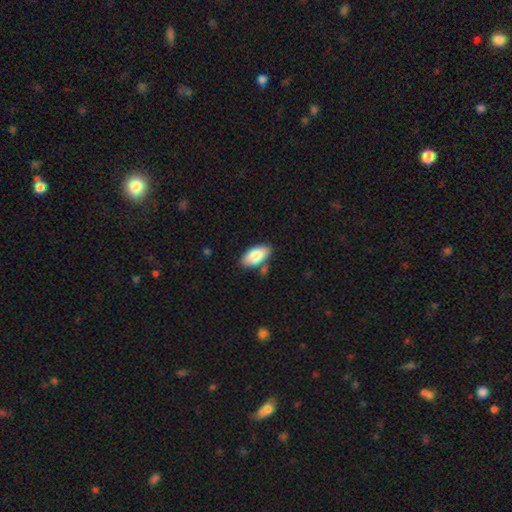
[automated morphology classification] smooth_or_featured: smooth (p=0.81) [alt: featured or disk p=0.12]
how_rounded: in between (p=0.94) [alt: cigar-shaped p=0.04]
merging: none (p=0.78) [alt: minor disturbance p=0.13]